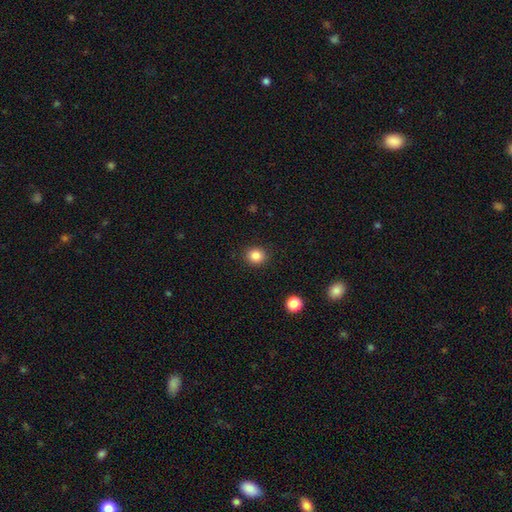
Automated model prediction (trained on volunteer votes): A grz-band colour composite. It shows a smooth galaxy with no disk features (85%) that is round (78%). Merging: none (90%).